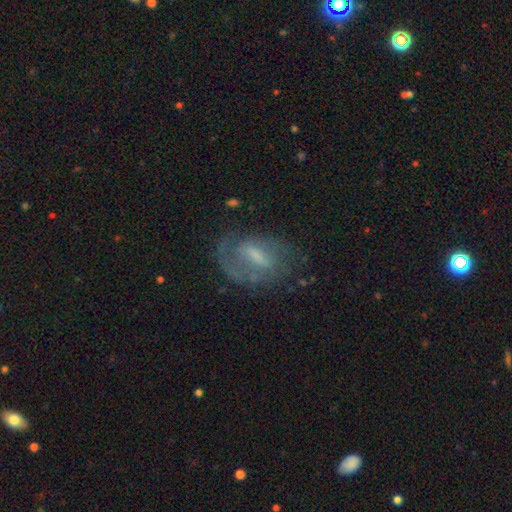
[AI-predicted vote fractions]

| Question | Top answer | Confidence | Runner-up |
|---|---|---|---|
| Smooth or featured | featured or disk | 70% | smooth (22%) |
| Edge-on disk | no | 94% | yes (6%) |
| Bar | weak | 49% | strong (32%) |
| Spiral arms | yes | 79% | no (21%) |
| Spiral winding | medium | 42% | tied: tight (42%) |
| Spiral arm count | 2 | 48% | can't tell (26%) |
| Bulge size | moderate | 35% | small (30%) |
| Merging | none | 61% | minor disturbance (21%) |